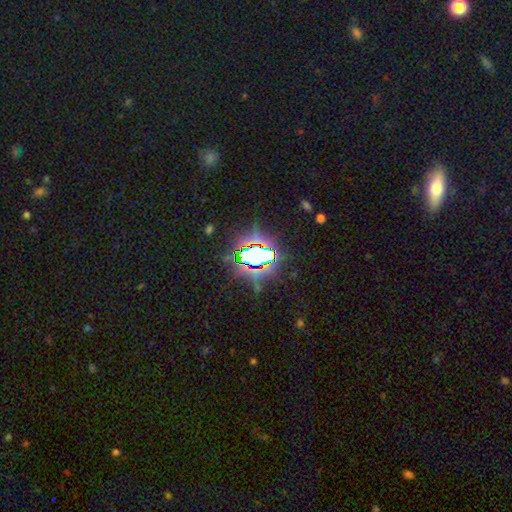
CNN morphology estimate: smooth-or-featured: star or artifact: 69% | smooth: 18% | featured or disk: 13%